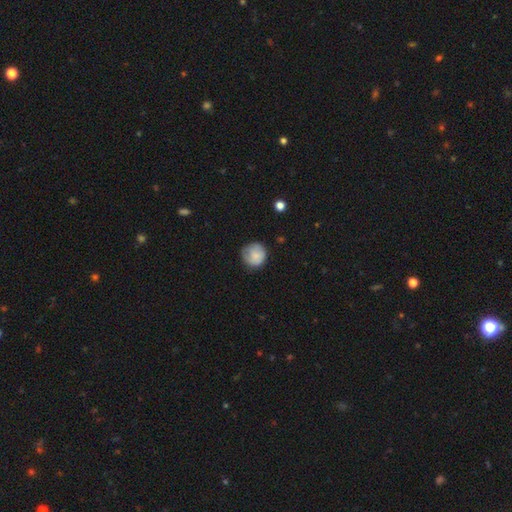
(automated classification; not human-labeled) Morphology: type=smooth (77%); roundness=round (91%); merging=none (71%).